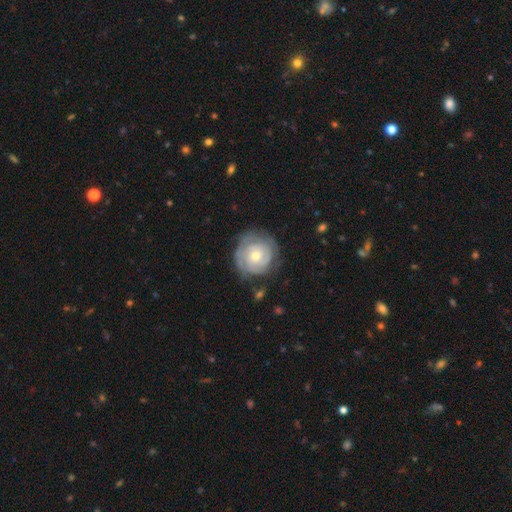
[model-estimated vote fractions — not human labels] Smooth or featured? Predicted: featured or disk (p=0.71). Edge-on disk? Predicted: no (p=0.98). Bar? Predicted: no (p=0.78). Spiral arms? Predicted: yes (p=0.83). Spiral winding? Predicted: tight (p=0.74). Spiral arm count? Predicted: can't tell (p=0.48). Bulge size? Predicted: small (p=0.49). Merging? Predicted: none (p=0.69).